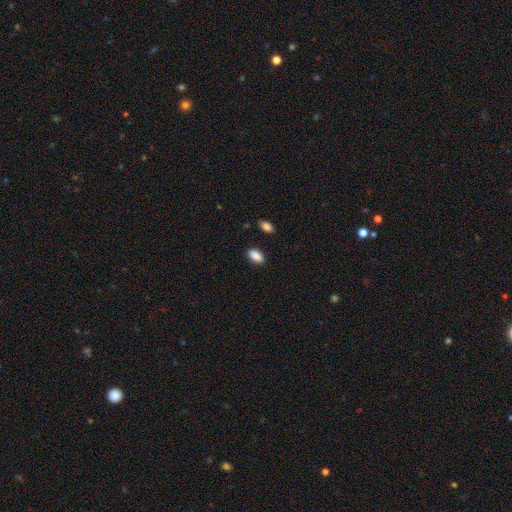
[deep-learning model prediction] This appears to be a smooth galaxy with no disk features (89%) that is in between round and cigar-shaped (90%). Merging: none (87%).